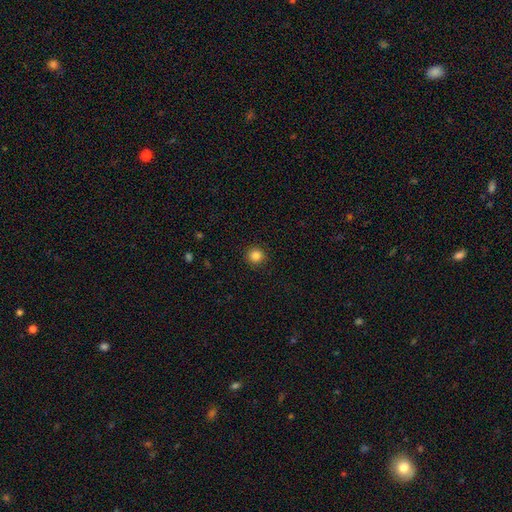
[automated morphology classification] Smooth or featured: smooth — 85% (star or artifact — 11%)
How rounded: round — 94% (in between — 5%)
Merging: none — 93% (minor disturbance — 5%)